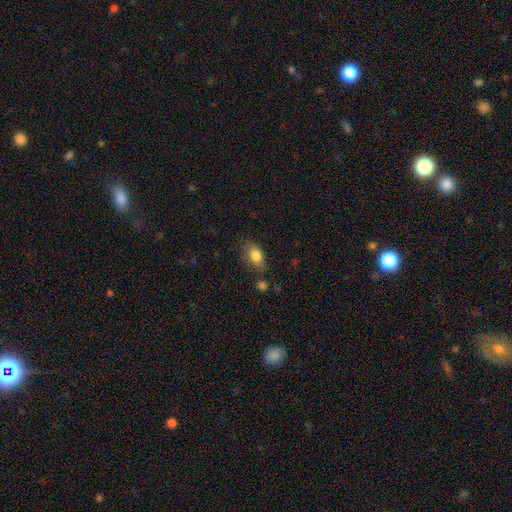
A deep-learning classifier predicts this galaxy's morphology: smooth_or_featured: smooth (p=0.82) [alt: featured or disk p=0.09]
how_rounded: in between (p=0.81) [alt: round p=0.17]
merging: none (p=0.63) [alt: minor disturbance p=0.25]